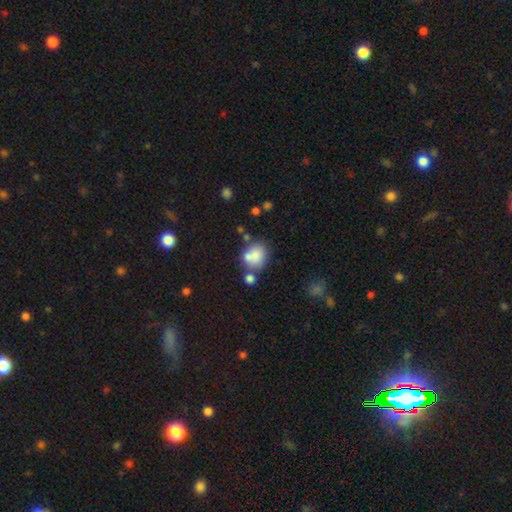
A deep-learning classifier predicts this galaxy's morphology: A smooth galaxy with no disk features (77%) that is round (62%).

Vote fractions:
- Smooth or featured? smooth: 77% / featured or disk: 14% / star or artifact: 10%
- How rounded? round: 62% / in between: 37% / cigar-shaped: 1%
- Merging? none: 46% / merger: 31% / minor disturbance: 16% / major disturbance: 7%